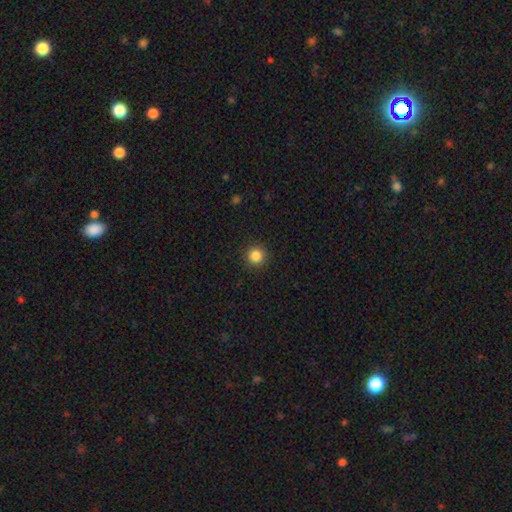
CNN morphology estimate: Smooth or featured: smooth — 85% (star or artifact — 11%)
How rounded: round — 95% (in between — 4%)
Merging: none — 92% (minor disturbance — 5%)